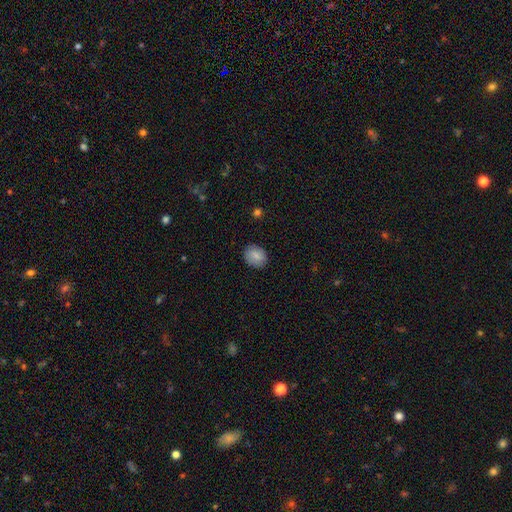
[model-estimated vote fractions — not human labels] smooth-or-featured: smooth: 83% | featured or disk: 10% | star or artifact: 8%
  how-rounded: round: 55% | in between: 44% | cigar-shaped: 1%
  merging: none: 86% | minor disturbance: 10% | major disturbance: 2% | merger: 1%